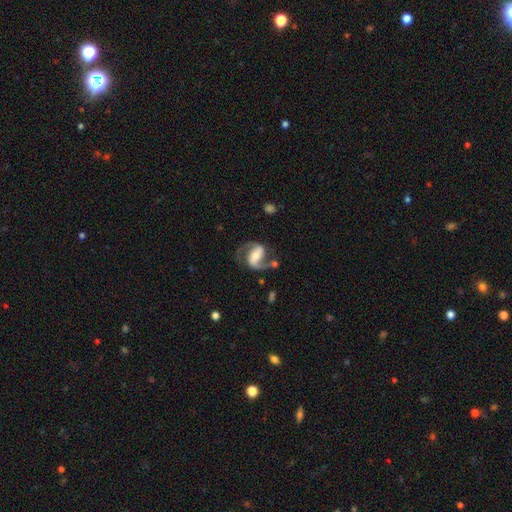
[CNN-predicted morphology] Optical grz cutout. It shows a featured or disk galaxy (88%) with a strong bar (49%), 2 (91%) medium (56%) spiral arms (97%) and a moderate central bulge (48%). Merging: none (72%).